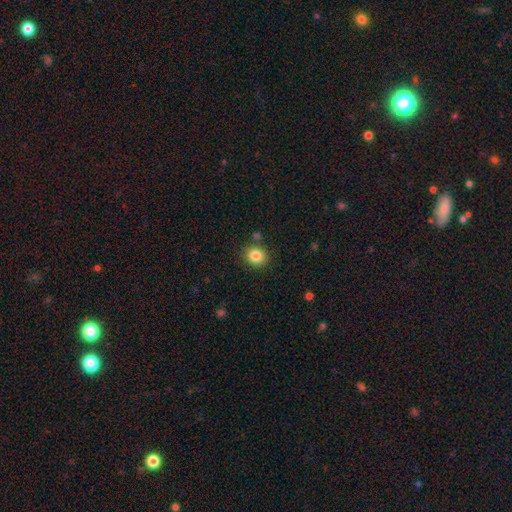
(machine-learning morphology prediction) smooth 85%, star or artifact 10%, featured or disk 5%. Down the decision tree: how rounded — round (83%); merging — none (84%).